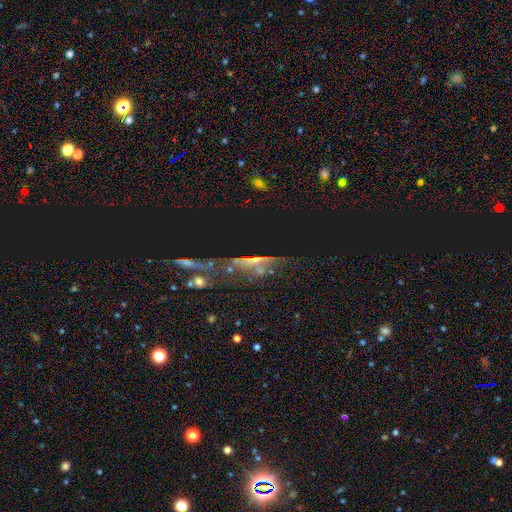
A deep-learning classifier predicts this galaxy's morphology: type=featured or disk (47%); merging=none (40%).